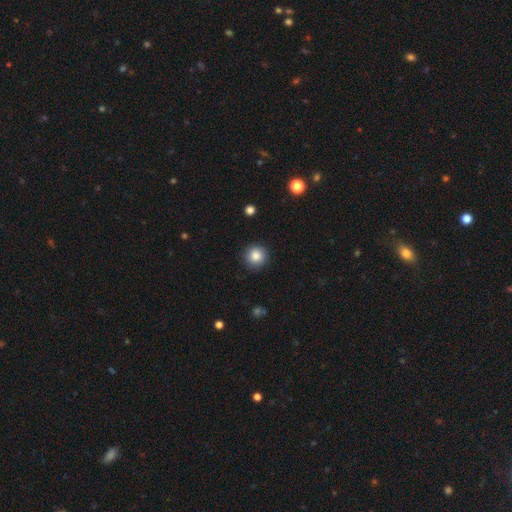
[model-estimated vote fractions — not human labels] smooth_or_featured: smooth (p=0.85) [alt: star or artifact p=0.09]
how_rounded: round (p=0.94) [alt: in between p=0.05]
merging: none (p=0.90) [alt: minor disturbance p=0.07]